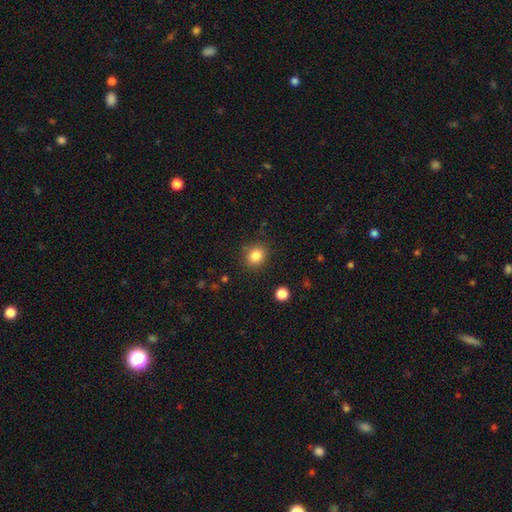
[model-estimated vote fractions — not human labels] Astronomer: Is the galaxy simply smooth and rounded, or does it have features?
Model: smooth — 84%.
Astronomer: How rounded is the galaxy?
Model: round — 74%.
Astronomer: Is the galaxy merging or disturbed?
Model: none — 85%.